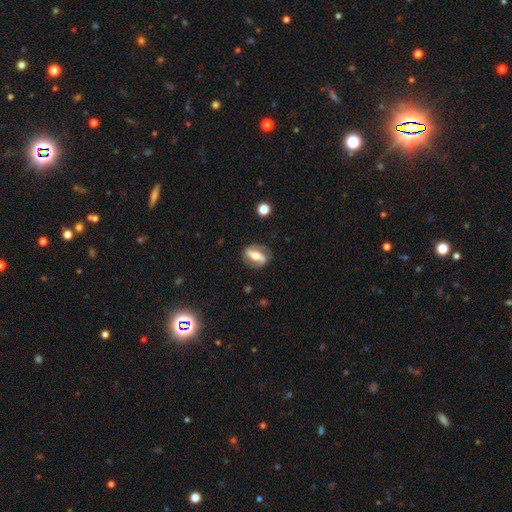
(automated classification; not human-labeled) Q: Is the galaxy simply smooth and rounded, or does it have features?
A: featured or disk — 78%.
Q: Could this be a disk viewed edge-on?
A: no — 93%.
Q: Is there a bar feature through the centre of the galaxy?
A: strong — 60%.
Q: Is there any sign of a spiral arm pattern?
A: yes — 86%.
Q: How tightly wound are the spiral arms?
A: medium — 42%.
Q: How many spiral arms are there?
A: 2 — 88%.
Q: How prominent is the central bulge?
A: moderate — 63%.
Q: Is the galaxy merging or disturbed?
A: none — 80%.